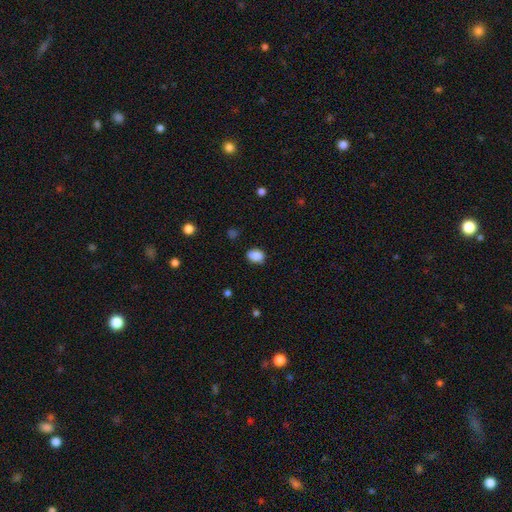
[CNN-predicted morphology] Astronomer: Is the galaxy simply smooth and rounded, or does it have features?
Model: smooth — 88%.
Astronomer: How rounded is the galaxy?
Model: in between — 74%.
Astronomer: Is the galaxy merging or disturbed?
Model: none — 81%.